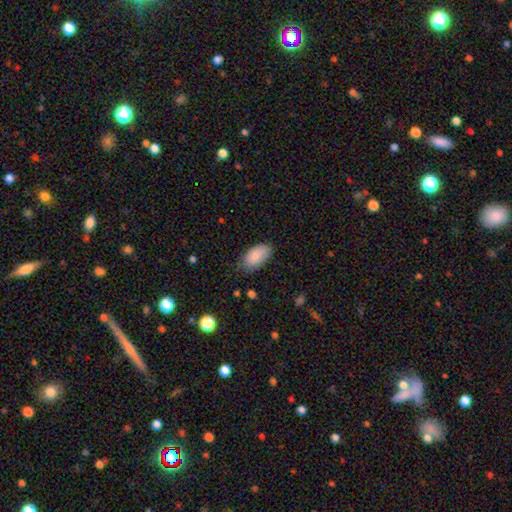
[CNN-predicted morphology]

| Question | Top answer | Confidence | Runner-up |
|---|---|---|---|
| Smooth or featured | smooth | 86% | featured or disk (7%) |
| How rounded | in between | 95% | round (3%) |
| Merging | none | 75% | minor disturbance (20%) |